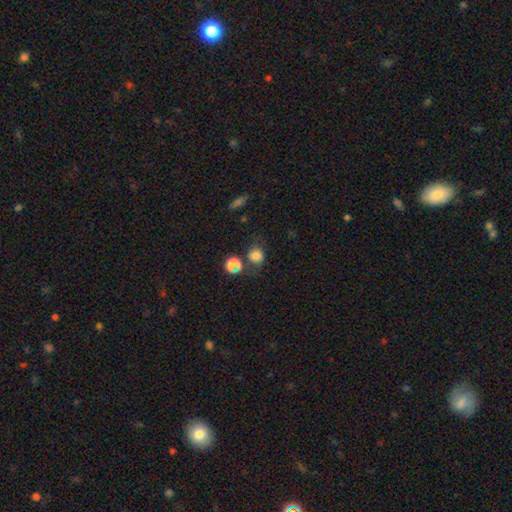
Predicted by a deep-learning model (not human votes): Smooth or featured? smooth (77%)
How rounded? round (78%)
Merging? none (65%)